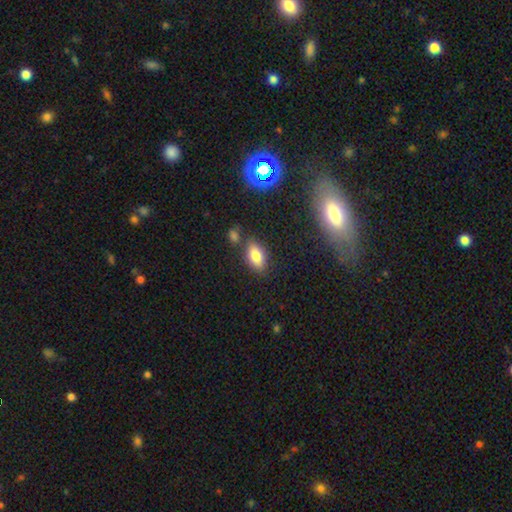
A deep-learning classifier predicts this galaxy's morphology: Smooth or featured?
  - smooth: 77% *
  - featured or disk: 13%
  - star or artifact: 10%
How rounded?
  - in between: 87% *
  - cigar-shaped: 8%
  - round: 5%
Merging?
  - none: 75% *
  - minor disturbance: 13%
  - merger: 9%
  - major disturbance: 4%